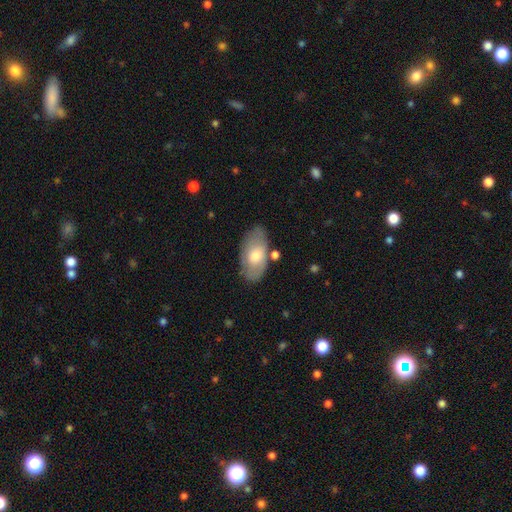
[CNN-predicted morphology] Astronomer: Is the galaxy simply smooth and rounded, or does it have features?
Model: smooth — 62%.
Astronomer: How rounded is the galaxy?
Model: in between — 93%.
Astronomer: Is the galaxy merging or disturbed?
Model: none — 72%.